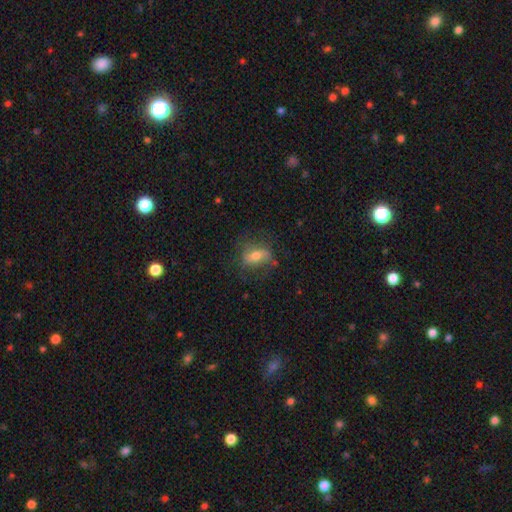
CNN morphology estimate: A smooth galaxy with no disk features (55%) that is in between round and cigar-shaped (73%). Merging: none (63%).